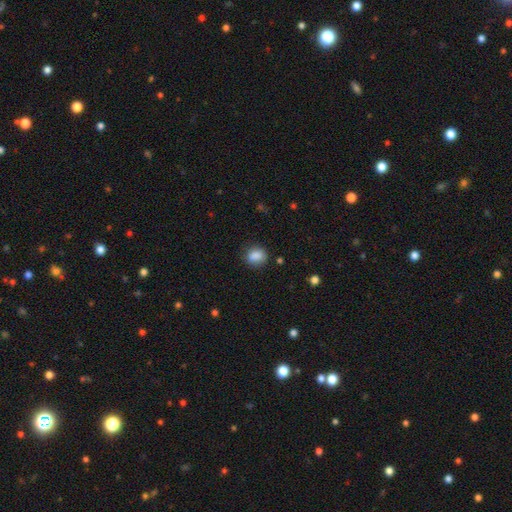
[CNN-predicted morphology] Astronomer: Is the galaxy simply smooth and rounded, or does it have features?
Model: smooth — 87%.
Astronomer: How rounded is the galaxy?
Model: round — 58% (runner-up: in between, 41%).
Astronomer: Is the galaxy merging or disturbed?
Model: none — 78%.